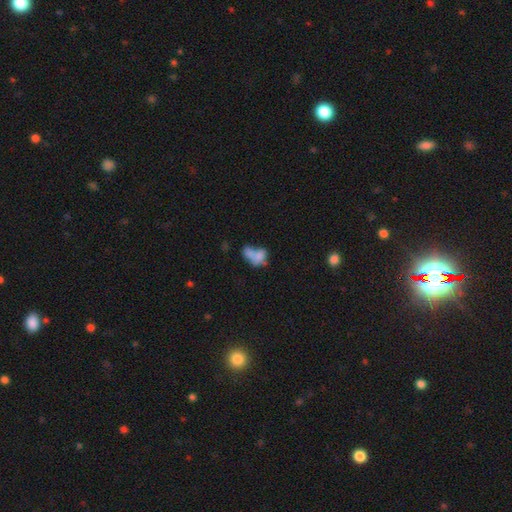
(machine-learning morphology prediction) Overall: smooth (66%). How rounded: in between (79%). Merging: merger (56%; none 20%).